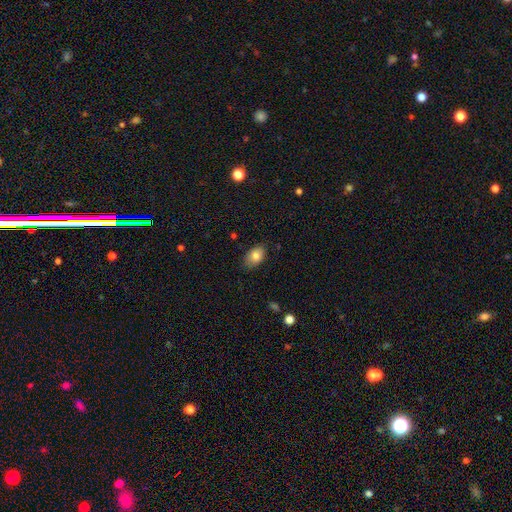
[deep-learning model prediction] Overall: smooth (82%). How rounded: in between (88%). Merging: none (79%).